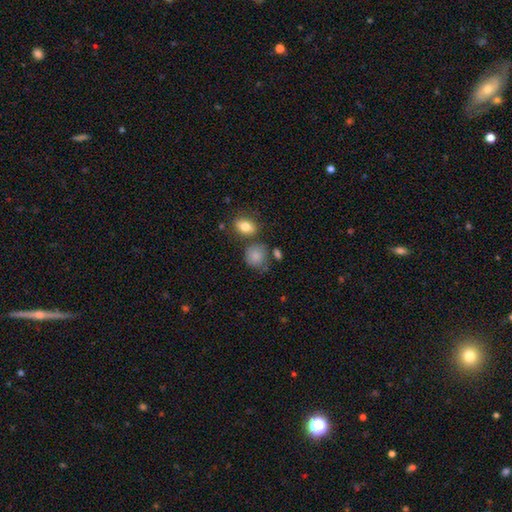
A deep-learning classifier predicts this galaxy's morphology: smooth-or-featured: smooth: 83% | star or artifact: 9% | featured or disk: 8%
  how-rounded: round: 73% | in between: 25% | cigar-shaped: 1%
  merging: none: 58% | minor disturbance: 22% | merger: 12% | major disturbance: 8%